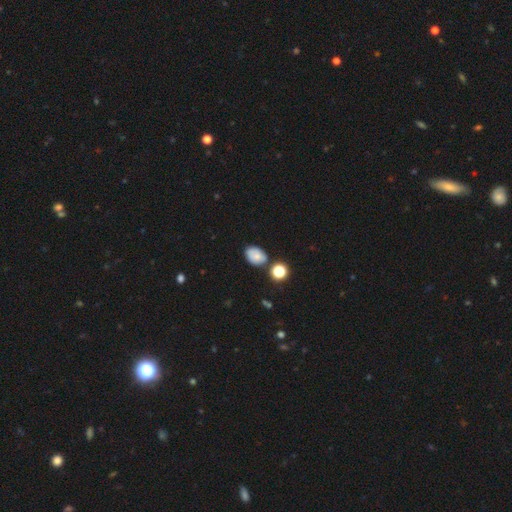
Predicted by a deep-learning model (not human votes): smooth_or_featured: smooth (p=0.72) [alt: featured or disk p=0.16]
how_rounded: in between (p=0.75) [alt: round p=0.24]
merging: none (p=0.68) [alt: minor disturbance p=0.19]